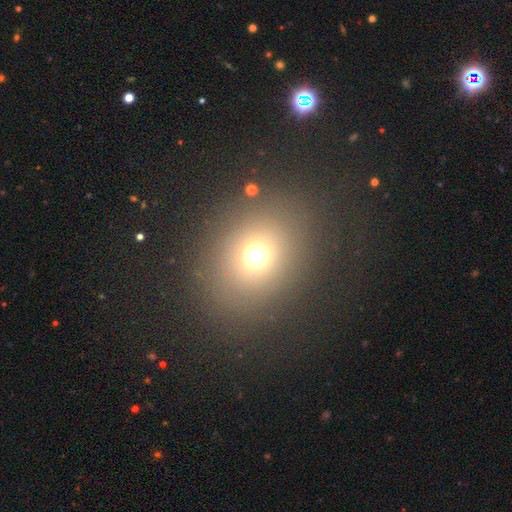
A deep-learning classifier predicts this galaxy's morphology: Smooth or featured: smooth — 67% (star or artifact — 22%)
How rounded: round — 67% (in between — 32%)
Merging: none — 84% (minor disturbance — 8%)